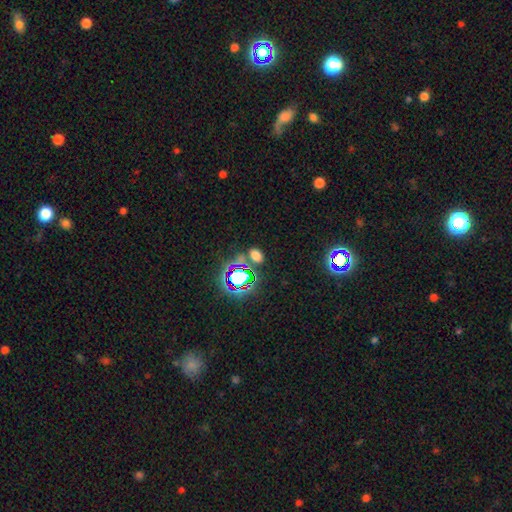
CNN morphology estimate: Smooth or featured? Predicted: smooth (p=0.60). How rounded? Predicted: in between (p=0.76). Merging? Predicted: none (p=0.72).